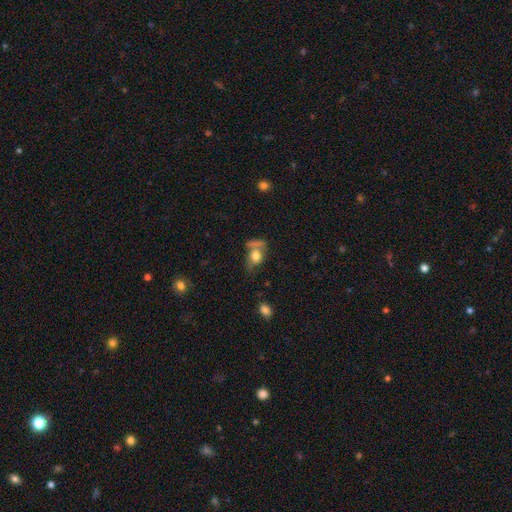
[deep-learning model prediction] This appears to be a smooth galaxy with no disk features (68%) that is in between round and cigar-shaped (64%). Merging: none (35%).